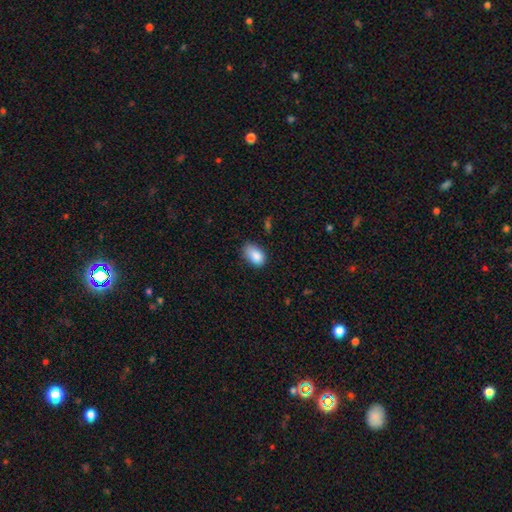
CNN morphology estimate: A smooth galaxy with no disk features (88%) that is in between round and cigar-shaped (90%). Merging: none (66%).